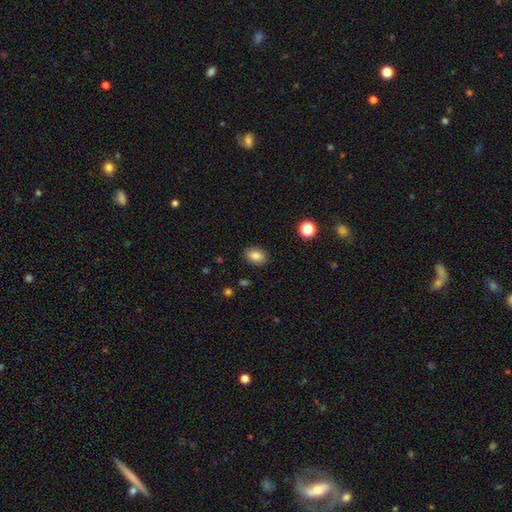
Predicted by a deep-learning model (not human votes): smooth-or-featured: smooth: 86% | star or artifact: 9% | featured or disk: 5%
  how-rounded: in between: 80% | round: 19% | cigar-shaped: 1%
  merging: none: 87% | minor disturbance: 9% | major disturbance: 2% | merger: 1%